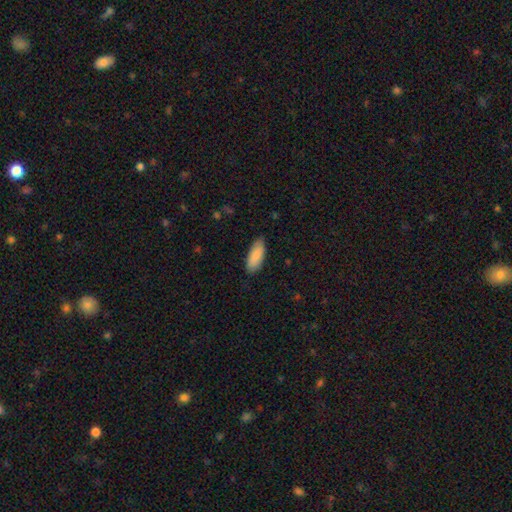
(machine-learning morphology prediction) Q: Smooth or featured?
A: smooth (89%); runner-up: featured or disk (6%)
Q: How rounded?
A: in between (78%); runner-up: cigar-shaped (20%)
Q: Merging?
A: none (83%); runner-up: minor disturbance (14%)